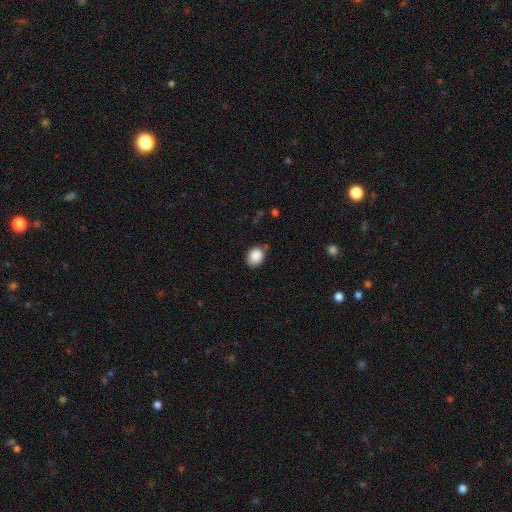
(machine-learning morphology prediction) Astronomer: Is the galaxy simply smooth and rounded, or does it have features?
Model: smooth — 88%.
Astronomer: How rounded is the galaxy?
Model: in between — 54% (runner-up: round, 45%).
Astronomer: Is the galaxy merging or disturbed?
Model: none — 76%.